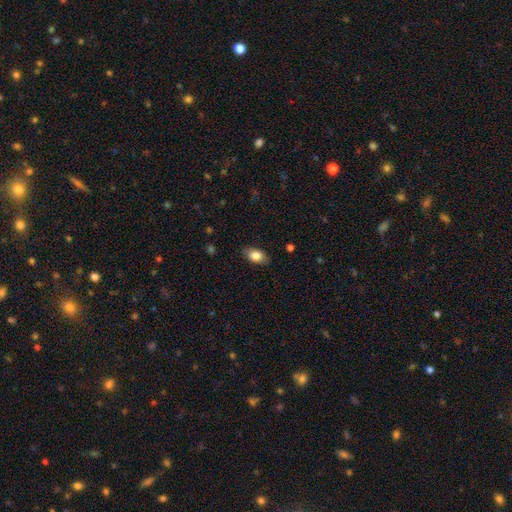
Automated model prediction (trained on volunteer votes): Morphology: type=smooth (83%); roundness=in between (89%); merging=none (83%).